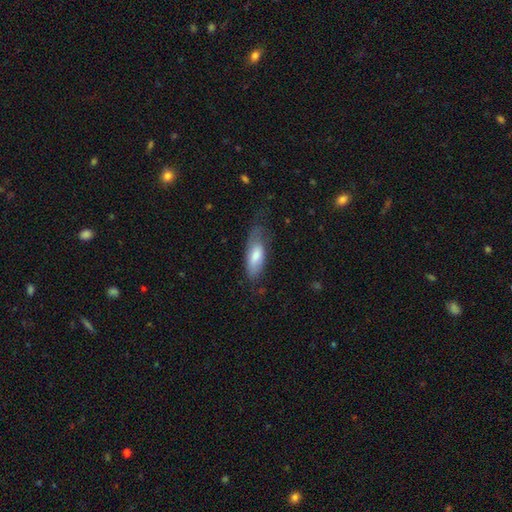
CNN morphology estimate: Smooth or featured? smooth (72%)
How rounded? in between (78%)
Merging? none (45%)